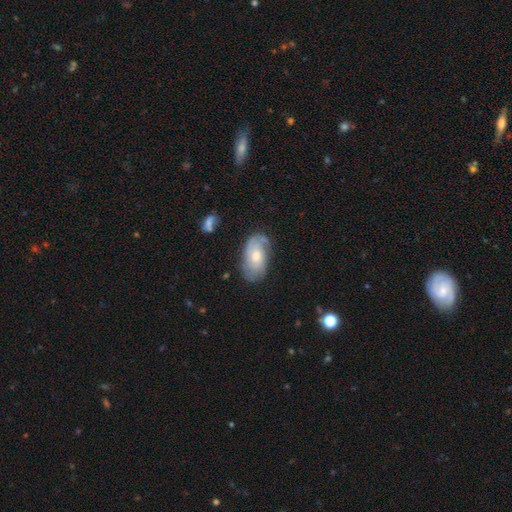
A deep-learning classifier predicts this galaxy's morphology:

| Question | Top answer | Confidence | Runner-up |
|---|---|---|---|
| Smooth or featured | featured or disk | 55% | smooth (39%) |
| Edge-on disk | no | 94% | yes (6%) |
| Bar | no | 72% | weak (25%) |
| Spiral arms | yes | 79% | no (21%) |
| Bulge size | moderate | 58% | small (21%) |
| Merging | none | 65% | minor disturbance (24%) |